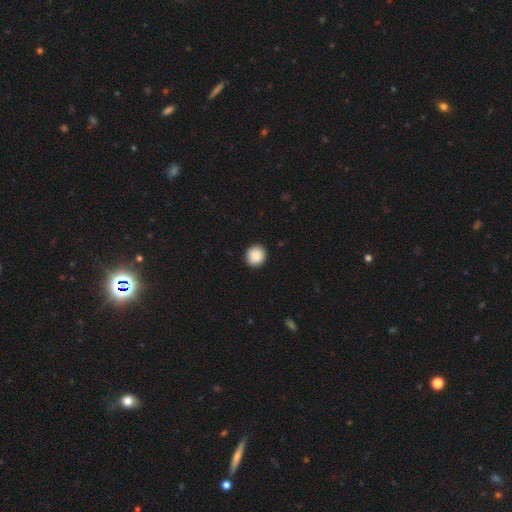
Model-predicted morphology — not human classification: smooth-or-featured: smooth: 88% | star or artifact: 8% | featured or disk: 5%
  how-rounded: round: 90% | in between: 9% | cigar-shaped: 1%
  merging: none: 90% | minor disturbance: 7% | major disturbance: 2% | merger: 1%